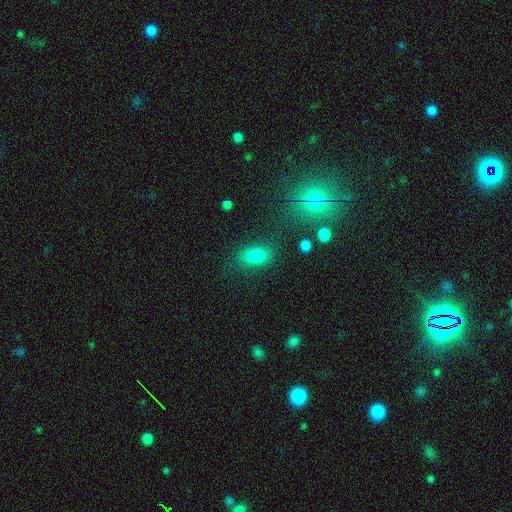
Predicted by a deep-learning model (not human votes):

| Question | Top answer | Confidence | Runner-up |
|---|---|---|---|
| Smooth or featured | smooth | 78% | star or artifact (13%) |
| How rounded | in between | 83% | round (13%) |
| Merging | none | 76% | minor disturbance (14%) |